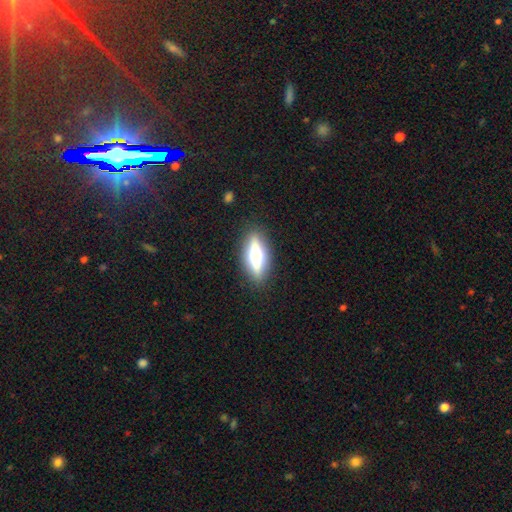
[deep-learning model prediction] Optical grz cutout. It shows a featured or disk galaxy (53%) viewed edge-on (88%). Merging: none (88%).